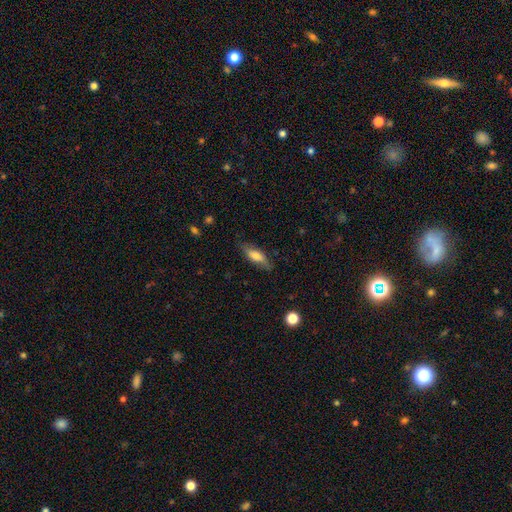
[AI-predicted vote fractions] A smooth galaxy with no disk features (69%) that is in between round and cigar-shaped (55%).

Vote fractions:
- Smooth or featured? smooth: 69% / featured or disk: 24% / star or artifact: 7%
- How rounded? in between: 55% / cigar-shaped: 43% / round: 2%
- Merging? none: 77% / minor disturbance: 17% / major disturbance: 4% / merger: 1%